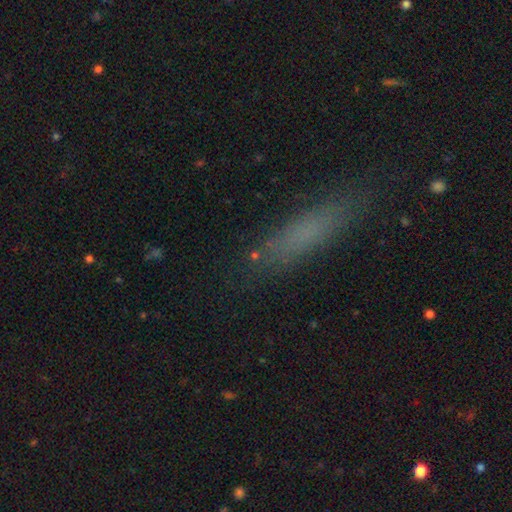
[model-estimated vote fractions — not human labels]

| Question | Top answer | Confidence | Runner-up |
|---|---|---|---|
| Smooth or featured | smooth | 57% | star or artifact (24%) |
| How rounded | cigar-shaped | 67% | in between (28%) |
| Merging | none | 77% | minor disturbance (14%) |